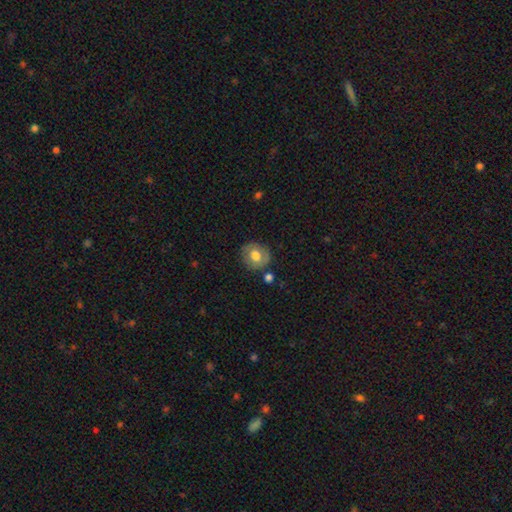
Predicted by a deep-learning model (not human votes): smooth-or-featured: smooth: 67% | featured or disk: 26% | star or artifact: 8%
  how-rounded: round: 79% | in between: 20% | cigar-shaped: 1%
  merging: none: 79% | minor disturbance: 14% | merger: 4% | major disturbance: 3%